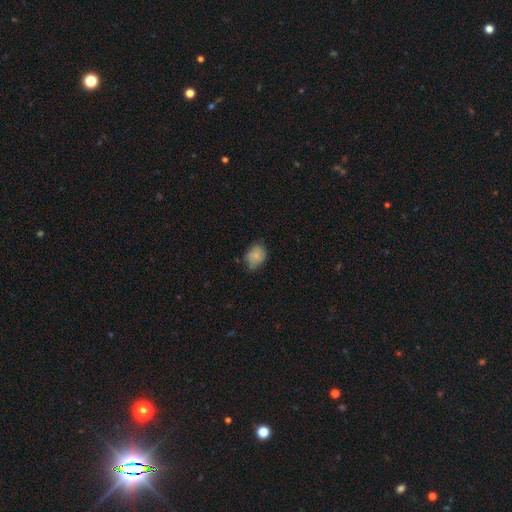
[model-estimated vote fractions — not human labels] Q: Smooth or featured?
A: smooth (78%); runner-up: featured or disk (14%)
Q: How rounded?
A: in between (61%); runner-up: round (38%)
Q: Merging?
A: none (63%); runner-up: minor disturbance (29%)